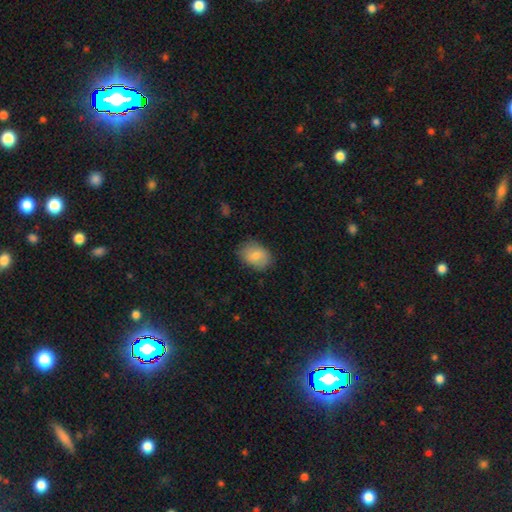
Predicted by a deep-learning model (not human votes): Smooth or featured? Predicted: smooth (p=0.77). How rounded? Predicted: in between (p=0.68). Merging? Predicted: none (p=0.78).